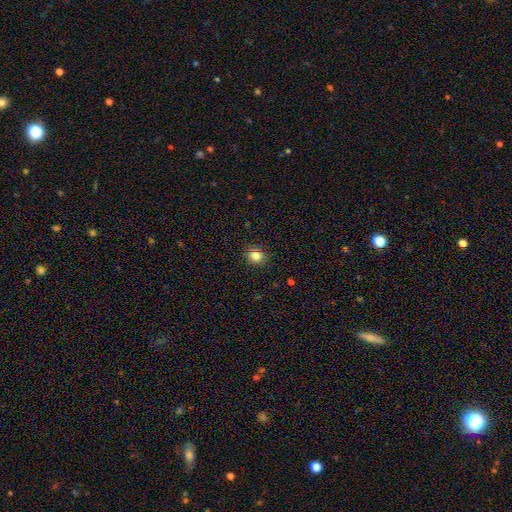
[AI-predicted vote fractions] Smooth or featured?
  - smooth: 84% *
  - star or artifact: 12%
  - featured or disk: 5%
How rounded?
  - round: 65% *
  - in between: 34%
  - cigar-shaped: 1%
Merging?
  - none: 88% *
  - minor disturbance: 9%
  - major disturbance: 3%
  - merger: 1%